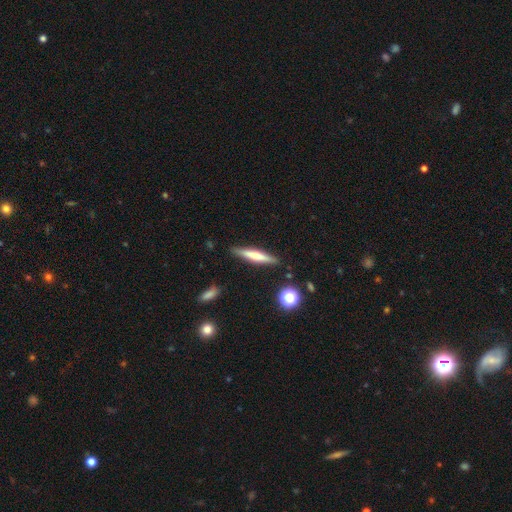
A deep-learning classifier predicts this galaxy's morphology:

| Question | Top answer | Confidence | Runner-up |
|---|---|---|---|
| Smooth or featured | smooth | 54% | featured or disk (39%) |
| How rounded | cigar-shaped | 91% | in between (8%) |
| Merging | none | 88% | minor disturbance (8%) |